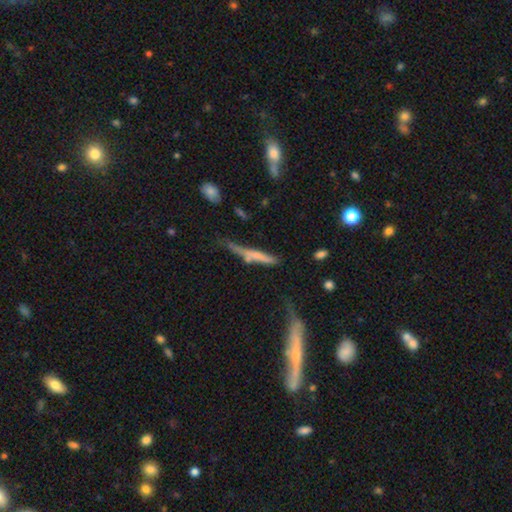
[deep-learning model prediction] Q: Smooth or featured?
A: smooth (49%); runner-up: featured or disk (43%)
Q: Merging?
A: none (41%); runner-up: minor disturbance (28%)